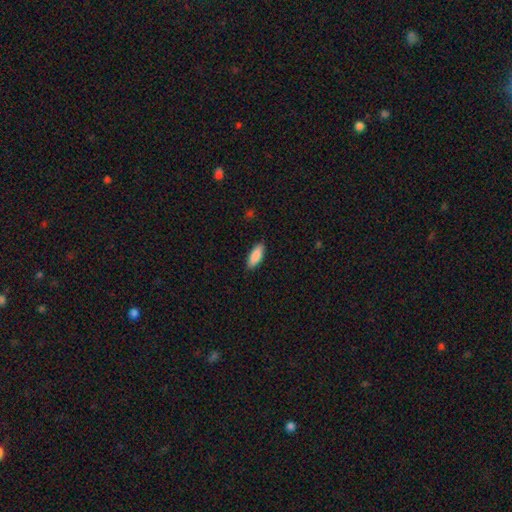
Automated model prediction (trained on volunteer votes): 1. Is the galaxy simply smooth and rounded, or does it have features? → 88% smooth, 7% featured or disk, 6% star or artifact.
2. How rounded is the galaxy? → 73% in between, 25% cigar-shaped, 2% round.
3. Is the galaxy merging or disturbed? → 89% none, 8% minor disturbance, 2% major disturbance, 1% merger.